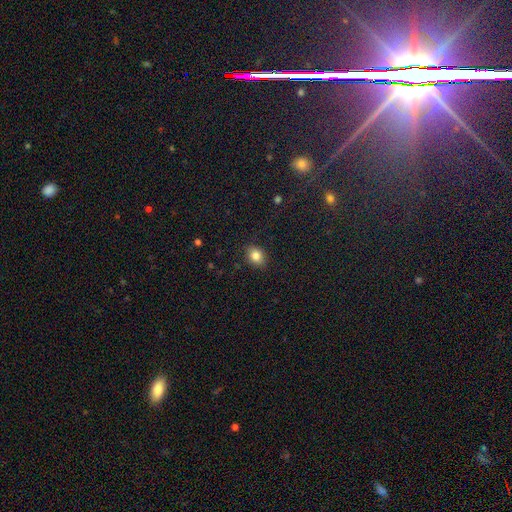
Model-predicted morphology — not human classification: Smooth or featured? Predicted: smooth (p=0.84). How rounded? Predicted: in between (p=0.57). Merging? Predicted: none (p=0.87).